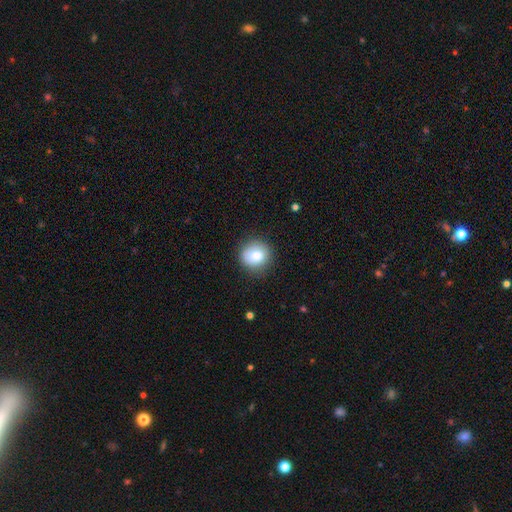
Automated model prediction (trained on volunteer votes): smooth 81%, featured or disk 10%, star or artifact 9%. Down the decision tree: how rounded — round (86%); merging — none (82%).